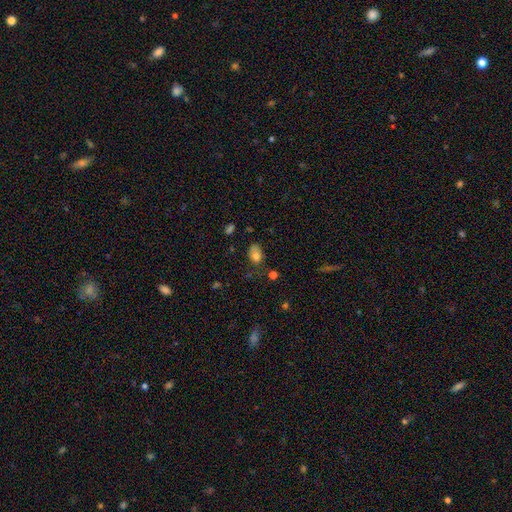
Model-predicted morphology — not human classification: Overall: smooth (77%). How rounded: in between (78%). Merging: none (46%; minor disturbance 34%).